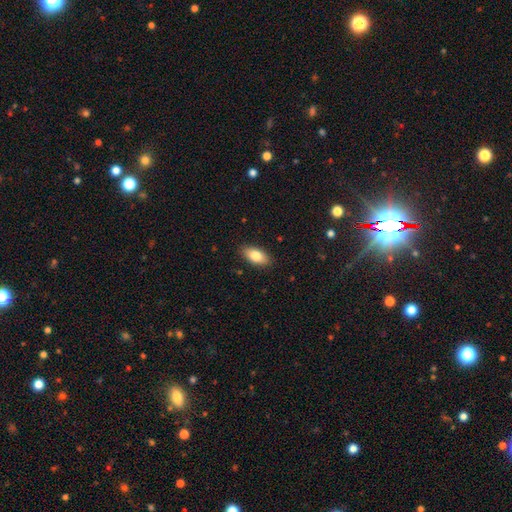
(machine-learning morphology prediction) Smooth or featured? smooth (82%)
How rounded? in between (91%)
Merging? none (88%)